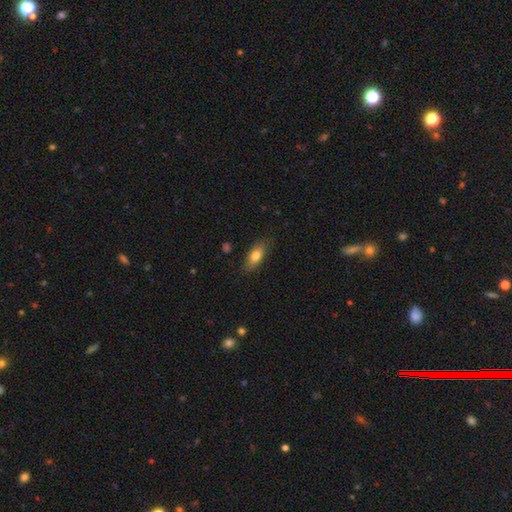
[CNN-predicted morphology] Q: Smooth or featured?
A: smooth (76%); runner-up: featured or disk (17%)
Q: How rounded?
A: in between (78%); runner-up: cigar-shaped (18%)
Q: Merging?
A: none (80%); runner-up: minor disturbance (16%)